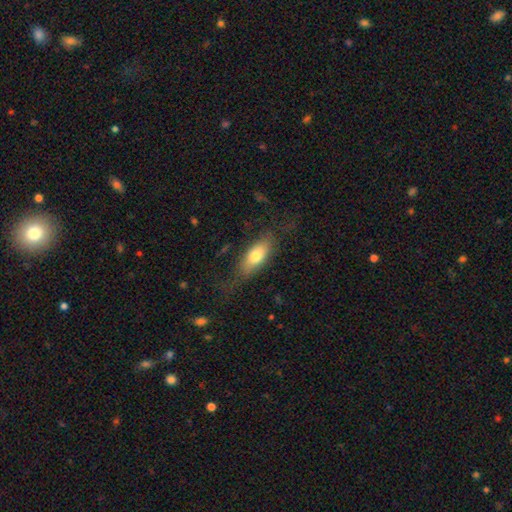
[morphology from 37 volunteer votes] This appears to be a smooth galaxy with no disk features (76%) that is in between round and cigar-shaped (71%). Merging: none (64%).